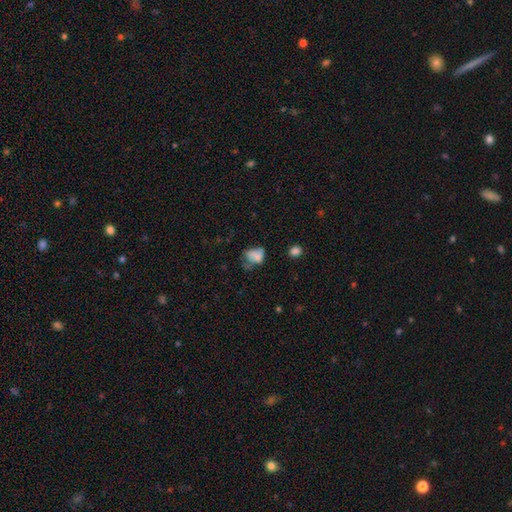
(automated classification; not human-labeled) This is likely a smooth galaxy (66%). How rounded: likely in between (69%). Merging: marginally major disturbance (30%).